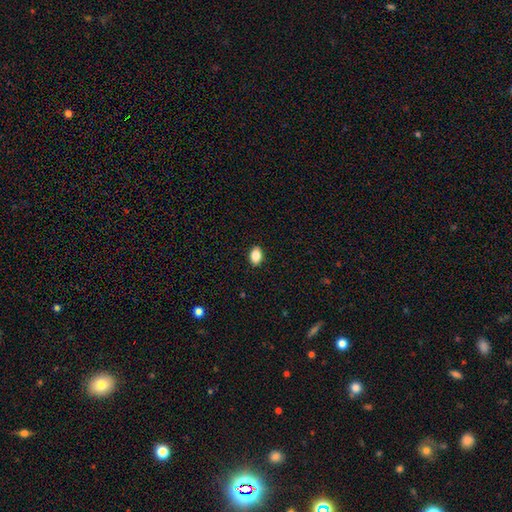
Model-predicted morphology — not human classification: Smooth or featured?
  - smooth: 87% *
  - star or artifact: 8%
  - featured or disk: 5%
How rounded?
  - in between: 84% *
  - round: 14%
  - cigar-shaped: 1%
Merging?
  - none: 90% *
  - minor disturbance: 8%
  - major disturbance: 2%
  - merger: 1%